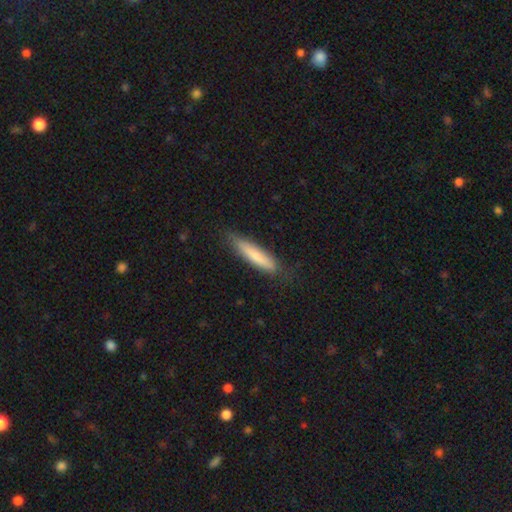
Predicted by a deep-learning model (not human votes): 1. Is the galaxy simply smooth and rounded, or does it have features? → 74% smooth, 20% featured or disk, 6% star or artifact.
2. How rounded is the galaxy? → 87% cigar-shaped, 12% in between, 1% round.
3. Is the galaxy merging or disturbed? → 80% none, 16% minor disturbance, 3% major disturbance, 1% merger.